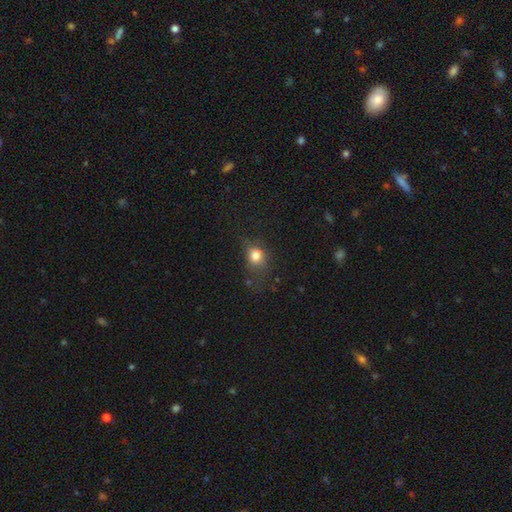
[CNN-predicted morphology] Smooth or featured? Predicted: smooth (p=0.76). How rounded? Predicted: round (p=0.63). Merging? Predicted: none (p=0.51).